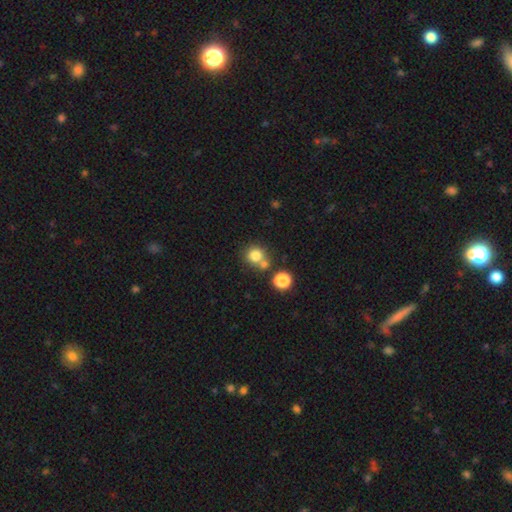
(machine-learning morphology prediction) This appears to be a smooth galaxy with no disk features (79%) that is round (89%). Merging: none (60%).